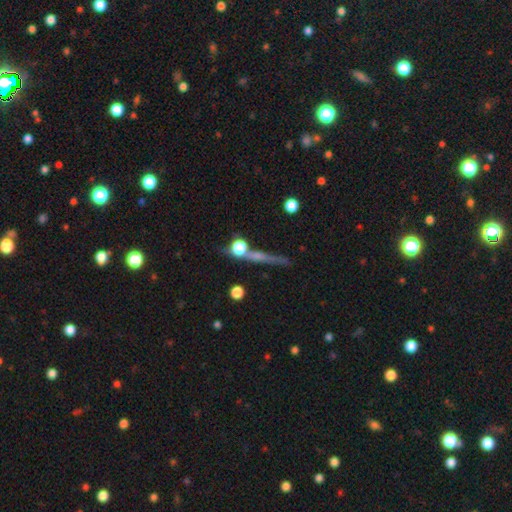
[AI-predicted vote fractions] Smooth or featured? Predicted: featured or disk (p=0.41). Merging? Predicted: none (p=0.73).